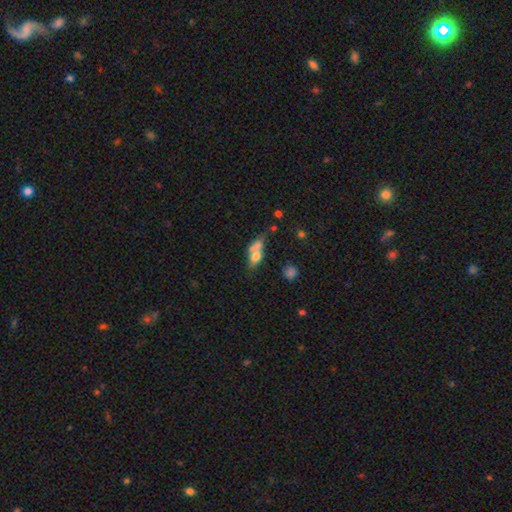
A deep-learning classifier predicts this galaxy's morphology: A smooth galaxy with no disk features (64%) that is in between round and cigar-shaped (69%).

Vote fractions:
- Smooth or featured? smooth: 64% / featured or disk: 25% / star or artifact: 11%
- How rounded? in between: 69% / cigar-shaped: 19% / round: 12%
- Merging? merger: 47% / none: 27% / minor disturbance: 15% / major disturbance: 11%